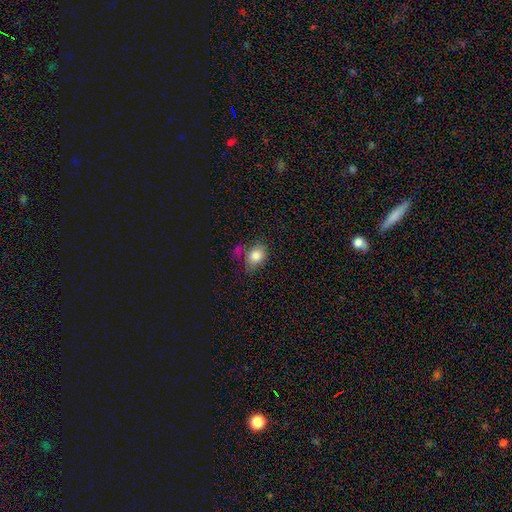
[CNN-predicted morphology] Smooth or featured? smooth (82%)
How rounded? in between (60%)
Merging? none (54%)